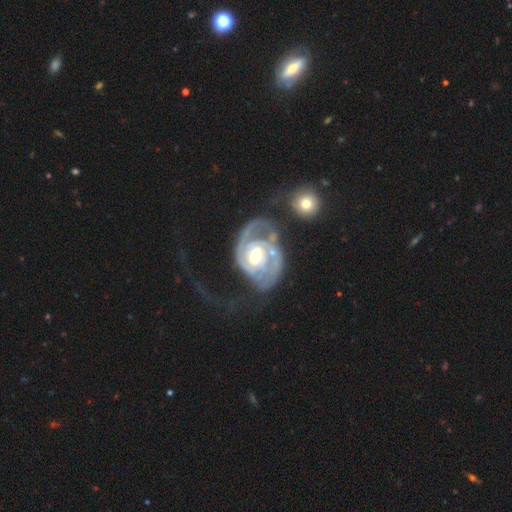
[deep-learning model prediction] Q: Smooth or featured?
A: featured or disk (89%); runner-up: smooth (7%)
Q: Edge-on disk?
A: no (97%); runner-up: yes (3%)
Q: Bar?
A: weak (45%); runner-up: no (38%)
Q: Spiral arms?
A: yes (94%); runner-up: no (6%)
Q: Spiral winding?
A: tight (56%); runner-up: medium (32%)
Q: Spiral arm count?
A: 2 (53%); runner-up: can't tell (18%)
Q: Bulge size?
A: moderate (67%); runner-up: small (19%)
Q: Merging?
A: major disturbance (41%); runner-up: none (28%)